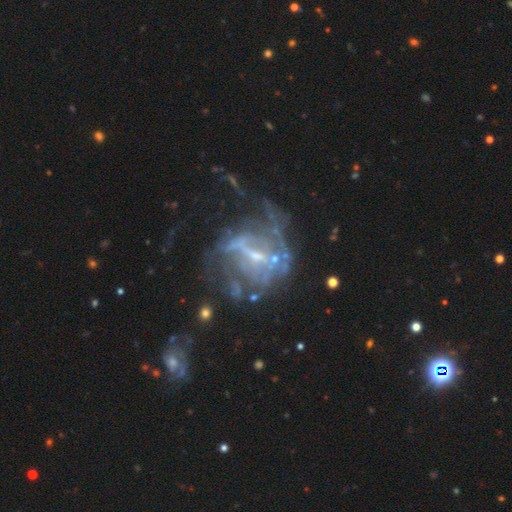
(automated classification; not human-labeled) Smooth or featured? featured or disk (79%)
Edge-on disk? no (96%)
Bar? weak (43%)
Spiral arms? yes (62%)
Bulge size? small (57%)
Merging? major disturbance (40%)